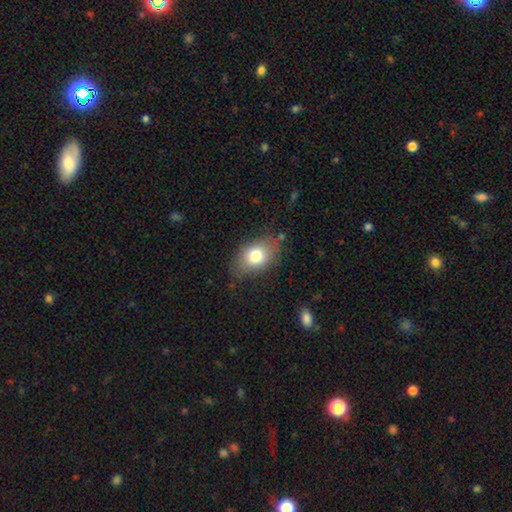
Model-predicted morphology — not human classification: The model was most divided on "merging": none: 75%, minor disturbance: 18%, major disturbance: 5%, merger: 2%. More confident: how rounded — in between (81%); smooth or featured — smooth (78%).